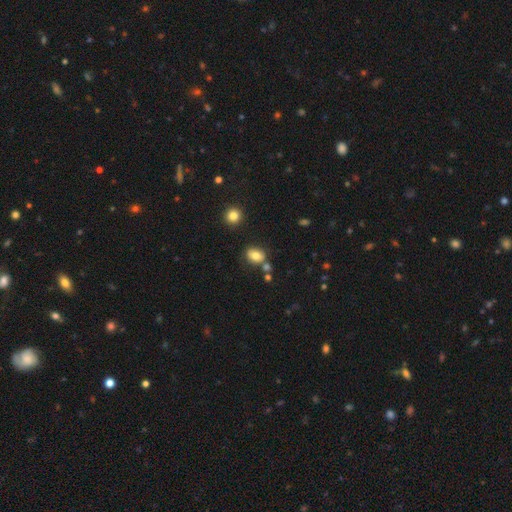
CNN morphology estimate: smooth-or-featured: smooth: 79% | featured or disk: 10% | star or artifact: 10%
  how-rounded: in between: 70% | round: 29% | cigar-shaped: 1%
  merging: none: 71% | minor disturbance: 14% | merger: 11% | major disturbance: 4%